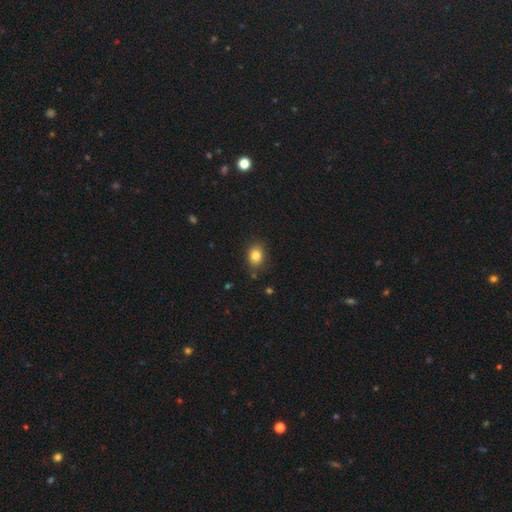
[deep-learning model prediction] A smooth galaxy with no disk features (83%) that is in between round and cigar-shaped (56%).

Vote fractions:
- Smooth or featured? smooth: 83% / star or artifact: 10% / featured or disk: 7%
- How rounded? in between: 56% / round: 43% / cigar-shaped: 1%
- Merging? none: 82% / minor disturbance: 13% / major disturbance: 3% / merger: 2%